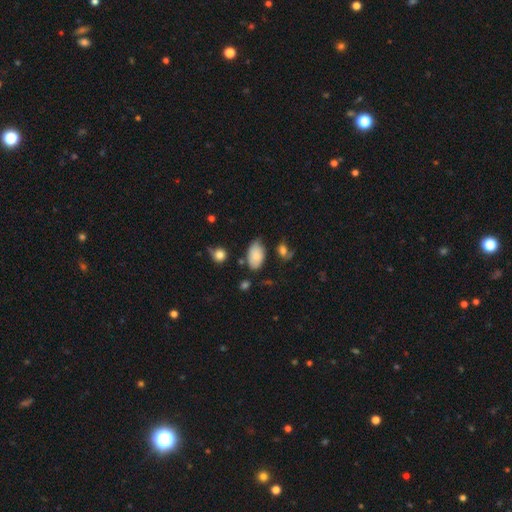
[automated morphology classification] smooth-or-featured: smooth: 80% | featured or disk: 12% | star or artifact: 8%
  how-rounded: in between: 93% | round: 6% | cigar-shaped: 2%
  merging: none: 58% | minor disturbance: 30% | major disturbance: 7% | merger: 5%